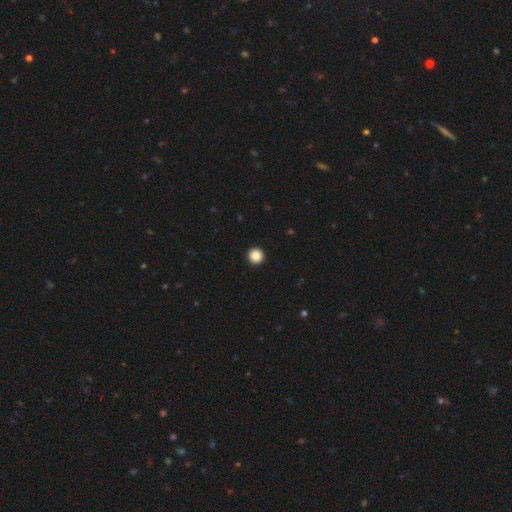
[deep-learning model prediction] smooth_or_featured: smooth (p=0.88) [alt: star or artifact p=0.09]
how_rounded: round (p=0.97) [alt: in between p=0.02]
merging: none (p=0.94) [alt: minor disturbance p=0.03]